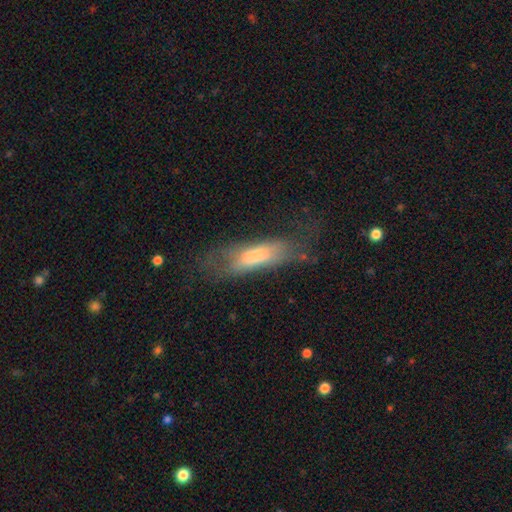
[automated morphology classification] This is likely a smooth galaxy (62%). How rounded: possibly cigar-shaped (51%). Merging: marginally none (42%).